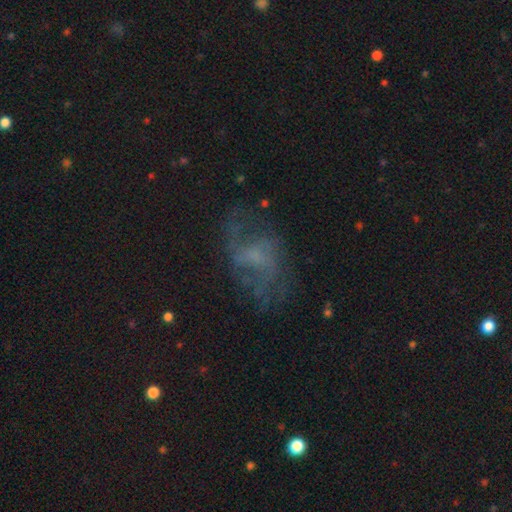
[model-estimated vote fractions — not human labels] This appears to be a featured or disk galaxy (63%) with no bar (53%), spiral arms (71%) and no central bulge (38%). Merging: none (55%).